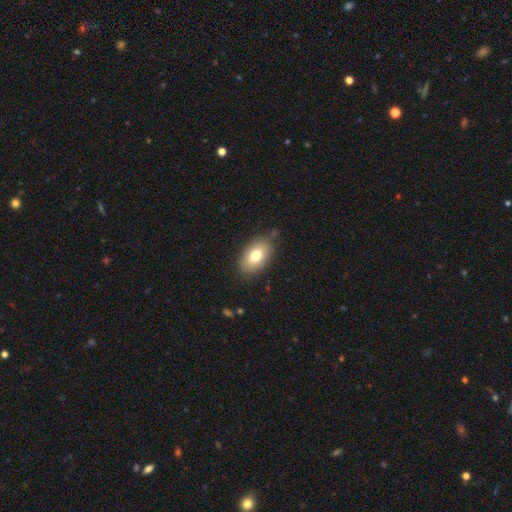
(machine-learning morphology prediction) type=smooth (77%); roundness=in between (91%); merging=none (81%).